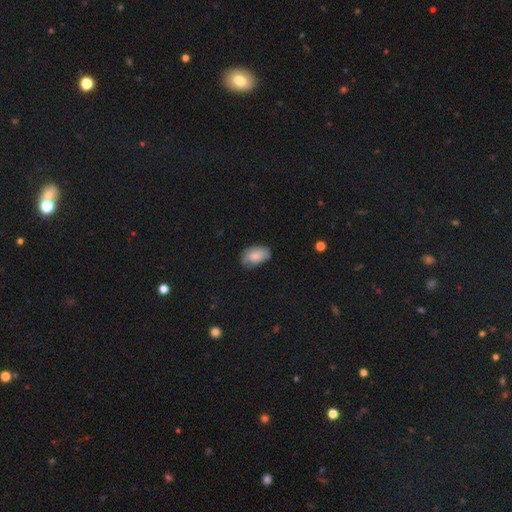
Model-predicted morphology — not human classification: This is likely a smooth galaxy (75%). How rounded: clearly in between (92%). Merging: likely none (73%).